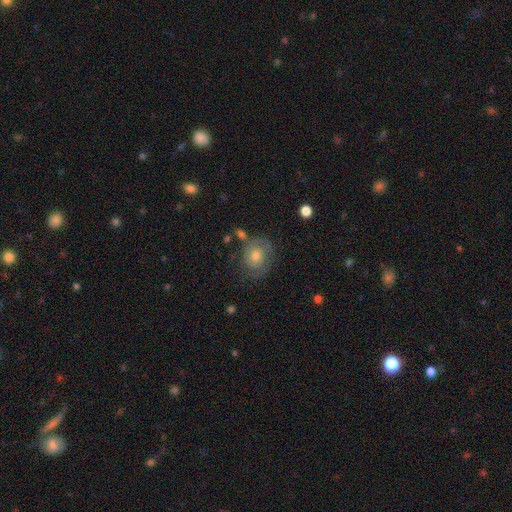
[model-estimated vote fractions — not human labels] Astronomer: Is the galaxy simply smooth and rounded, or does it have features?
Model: featured or disk — 59%.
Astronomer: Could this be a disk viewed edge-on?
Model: no — 97%.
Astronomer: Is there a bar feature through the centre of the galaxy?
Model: no — 80%.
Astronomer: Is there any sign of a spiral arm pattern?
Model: yes — 80%.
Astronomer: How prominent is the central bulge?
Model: moderate — 65%.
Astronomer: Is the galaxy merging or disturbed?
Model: none — 68%.